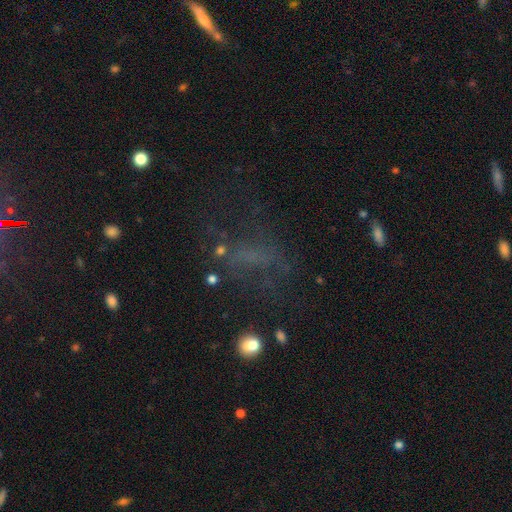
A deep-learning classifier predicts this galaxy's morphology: smooth_or_featured: smooth (p=0.34) [tied with: featured or disk p=0.34]
merging: none (p=0.47) [alt: major disturbance p=0.32]